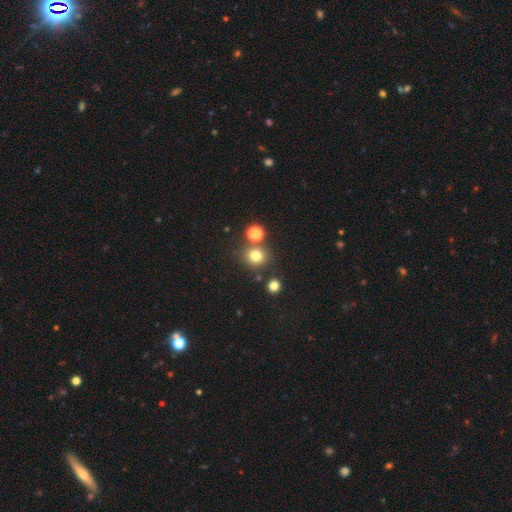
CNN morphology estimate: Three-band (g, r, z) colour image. It shows a smooth galaxy with no disk features (75%) that is round (85%). Merging: none (74%).